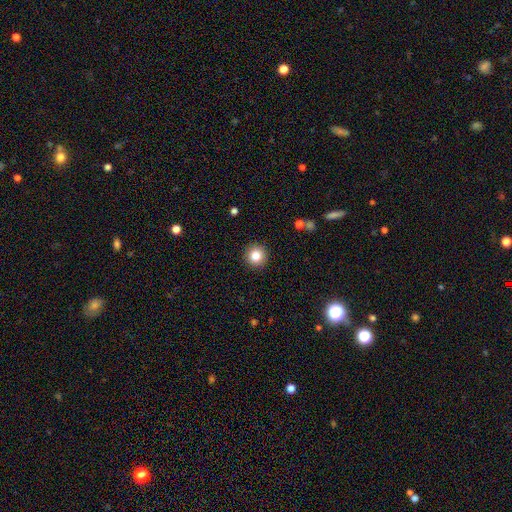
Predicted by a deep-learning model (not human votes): Smooth or featured? smooth (84%)
How rounded? round (95%)
Merging? none (92%)